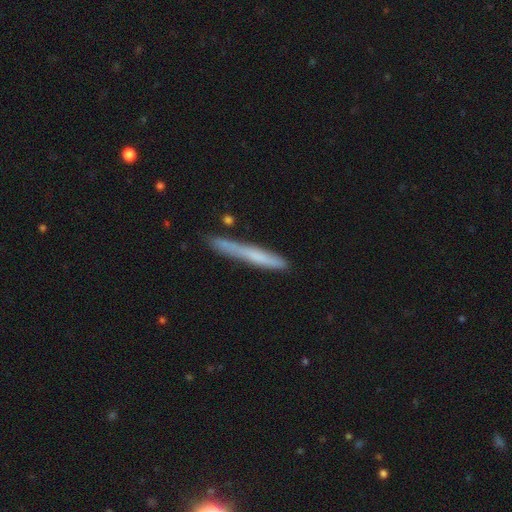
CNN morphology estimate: smooth_or_featured: smooth (p=0.60) [alt: featured or disk p=0.33]
how_rounded: cigar-shaped (p=0.96) [alt: in between p=0.02]
merging: none (p=0.76) [alt: minor disturbance p=0.17]